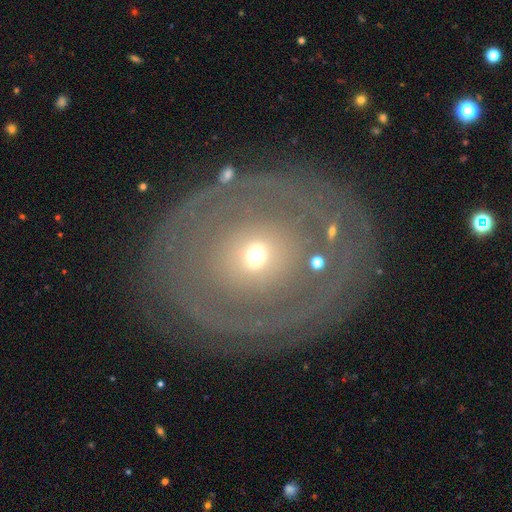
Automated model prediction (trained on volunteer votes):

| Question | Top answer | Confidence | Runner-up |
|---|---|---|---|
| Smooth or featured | featured or disk | 68% | smooth (20%) |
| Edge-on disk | no | 95% | yes (5%) |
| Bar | no | 62% | weak (26%) |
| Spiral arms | yes | 70% | no (30%) |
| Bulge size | small | 58% | moderate (35%) |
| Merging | none | 66% | minor disturbance (15%) |